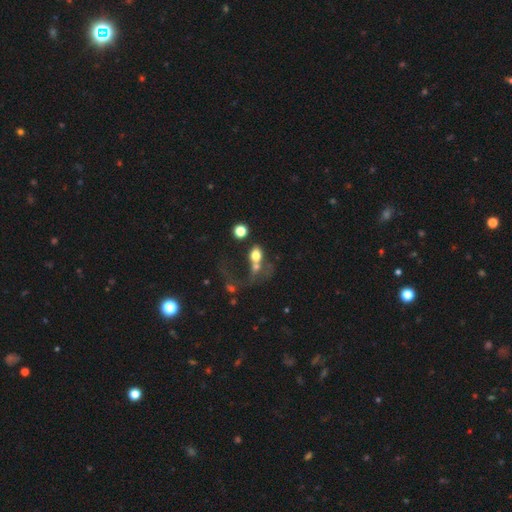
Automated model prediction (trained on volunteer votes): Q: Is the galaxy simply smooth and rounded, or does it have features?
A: smooth — 65%.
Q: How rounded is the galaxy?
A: in between — 61%.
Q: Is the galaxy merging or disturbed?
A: merger — 52%.